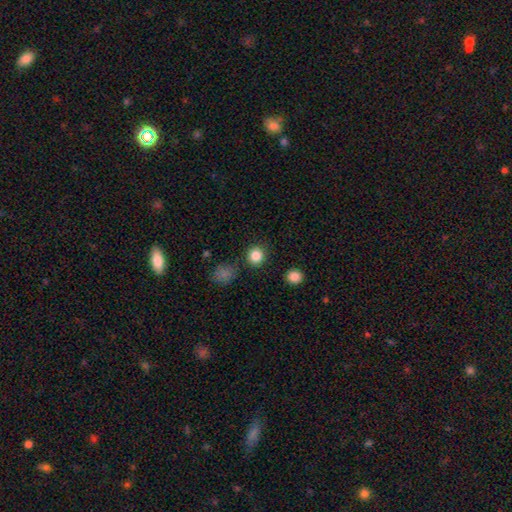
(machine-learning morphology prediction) smooth_or_featured: smooth (p=0.84) [alt: star or artifact p=0.12]
how_rounded: round (p=0.88) [alt: in between p=0.11]
merging: none (p=0.88) [alt: minor disturbance p=0.07]